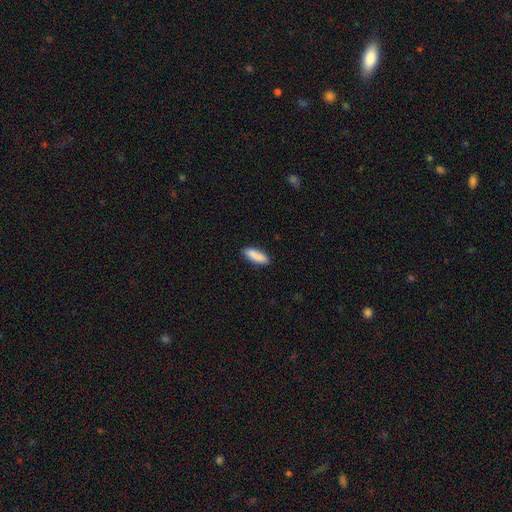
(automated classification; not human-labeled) Smooth or featured?
  - smooth: 89% *
  - star or artifact: 6%
  - featured or disk: 5%
How rounded?
  - in between: 54% *
  - cigar-shaped: 45%
  - round: 2%
Merging?
  - none: 88% *
  - minor disturbance: 9%
  - major disturbance: 2%
  - merger: 1%